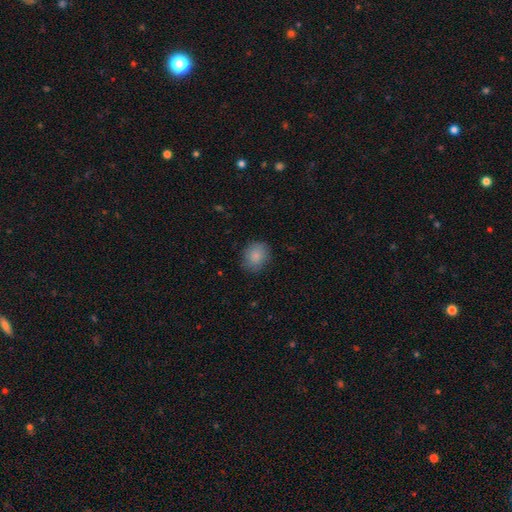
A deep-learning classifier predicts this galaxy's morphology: Overall: smooth (86%). How rounded: round (66%; in between 33%). Merging: none (80%).